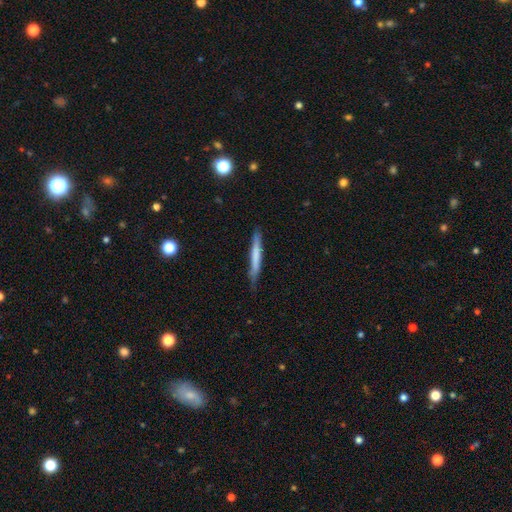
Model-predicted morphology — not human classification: Q: Smooth or featured?
A: smooth (63%); runner-up: featured or disk (31%)
Q: How rounded?
A: cigar-shaped (96%); runner-up: in between (3%)
Q: Merging?
A: none (79%); runner-up: minor disturbance (17%)